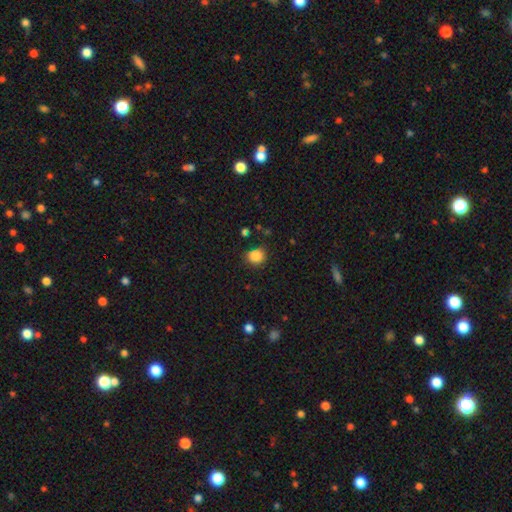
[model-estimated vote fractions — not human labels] A smooth galaxy with no disk features (85%) that is round (78%). Merging: none (80%).